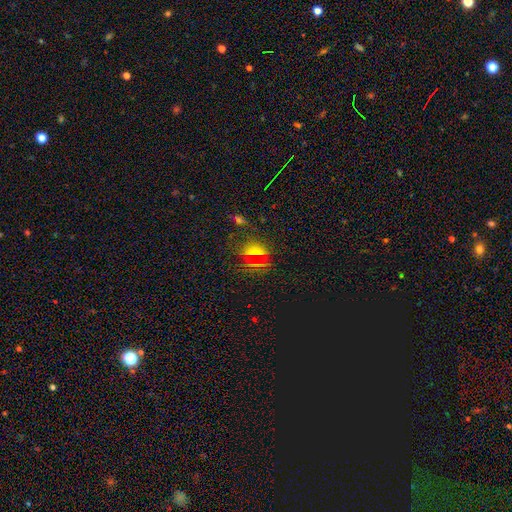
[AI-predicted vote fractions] Morphology: type=smooth (49%); merging=none (75%).